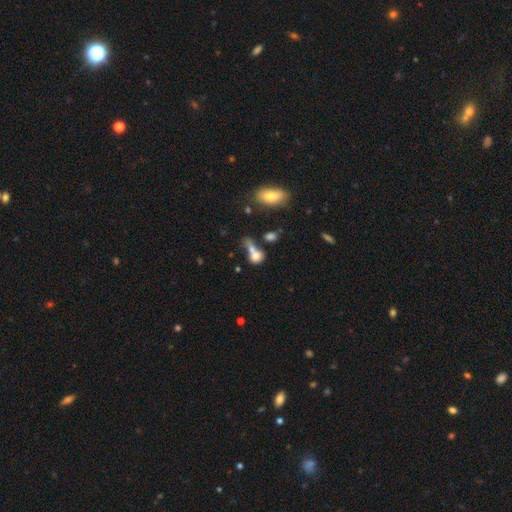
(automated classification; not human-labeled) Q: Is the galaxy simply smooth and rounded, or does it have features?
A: smooth — 72%.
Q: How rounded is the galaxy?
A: round — 50%.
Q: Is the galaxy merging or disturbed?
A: merger — 55%.